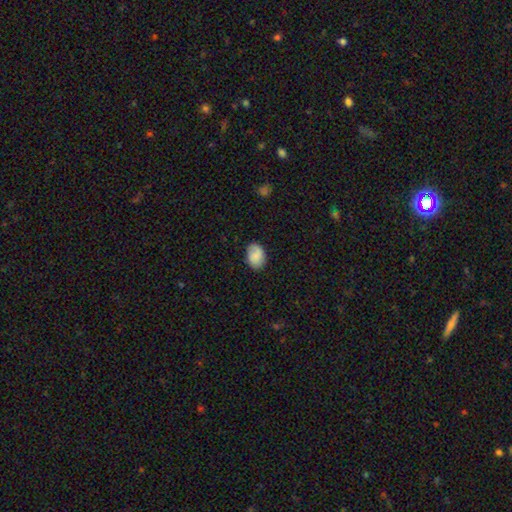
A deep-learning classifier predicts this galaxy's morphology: smooth 80%, featured or disk 13%, star or artifact 7%. Down the decision tree: how rounded — in between (83%); merging — none (79%).